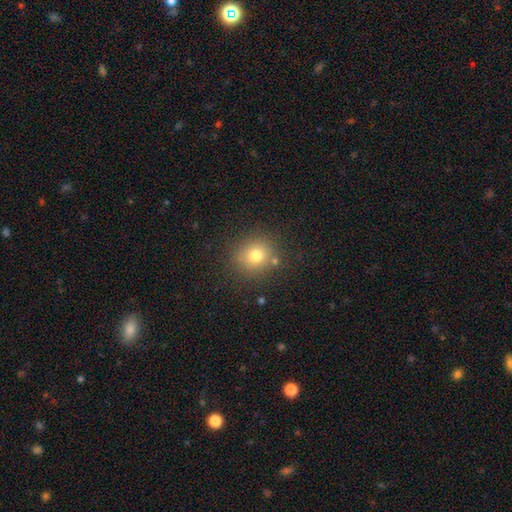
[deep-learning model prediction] This appears to be a smooth galaxy with no disk features (74%) that is round (86%). Merging: none (81%).